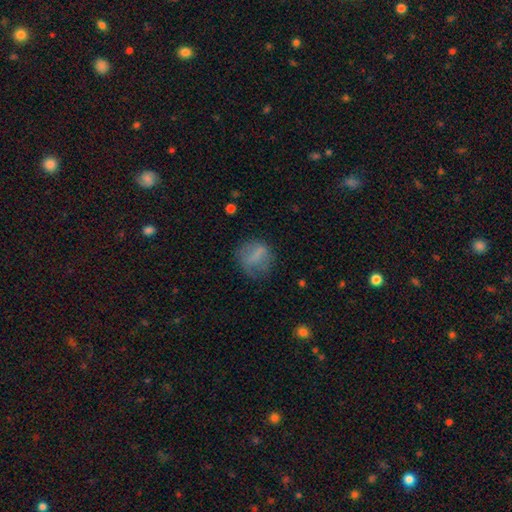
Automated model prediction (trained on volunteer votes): smooth-or-featured: smooth: 65% | featured or disk: 25% | star or artifact: 10%
  how-rounded: round: 68% | in between: 30% | cigar-shaped: 2%
  merging: none: 59% | minor disturbance: 23% | major disturbance: 17% | merger: 2%